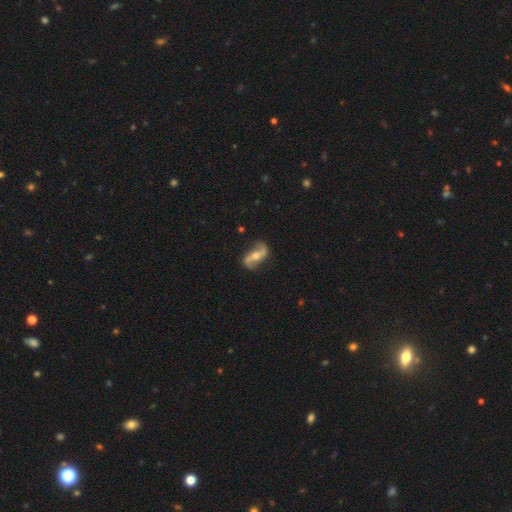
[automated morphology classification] type=featured or disk (84%); edge-on=no (94%); bar=no (42%); spiral arms=yes (94%); winding=loose (78%); arm count=2 (93%); bulge=moderate (62%); merging=none (81%).